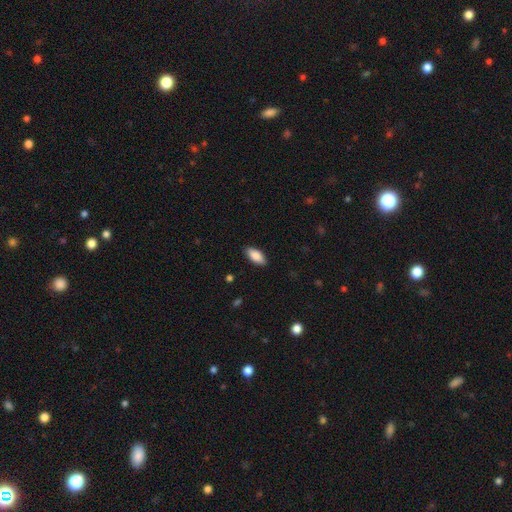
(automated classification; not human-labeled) A smooth galaxy with no disk features (87%) that is in between round and cigar-shaped (89%). Merging: none (88%).